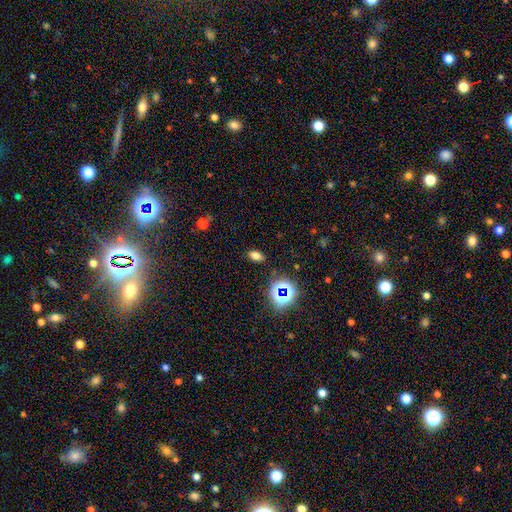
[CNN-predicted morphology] Q: Smooth or featured?
A: smooth (71%); runner-up: star or artifact (22%)
Q: How rounded?
A: in between (85%); runner-up: round (9%)
Q: Merging?
A: none (87%); runner-up: minor disturbance (9%)